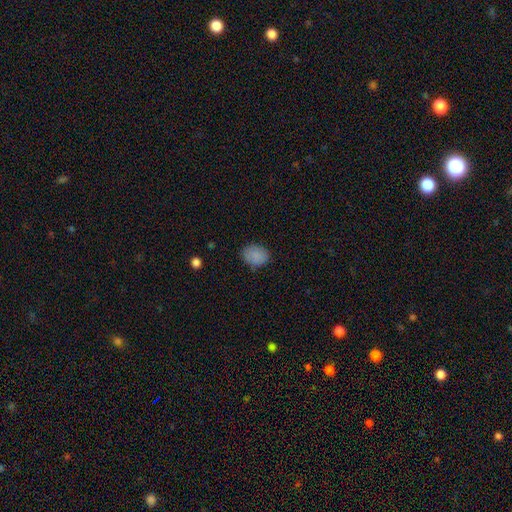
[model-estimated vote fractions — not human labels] Smooth or featured?
  - smooth: 87% *
  - star or artifact: 9%
  - featured or disk: 4%
How rounded?
  - in between: 58% *
  - round: 41%
  - cigar-shaped: 1%
Merging?
  - none: 82% *
  - minor disturbance: 14%
  - major disturbance: 3%
  - merger: 1%